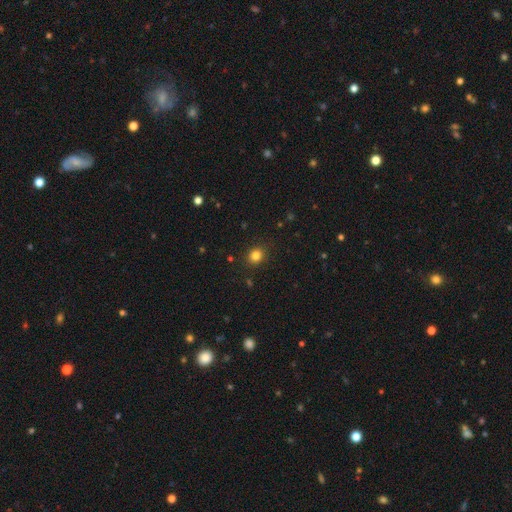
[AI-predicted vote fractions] Smooth or featured?
  - smooth: 83% *
  - star or artifact: 13%
  - featured or disk: 5%
How rounded?
  - round: 70% *
  - in between: 29%
  - cigar-shaped: 1%
Merging?
  - none: 89% *
  - minor disturbance: 8%
  - major disturbance: 2%
  - merger: 1%